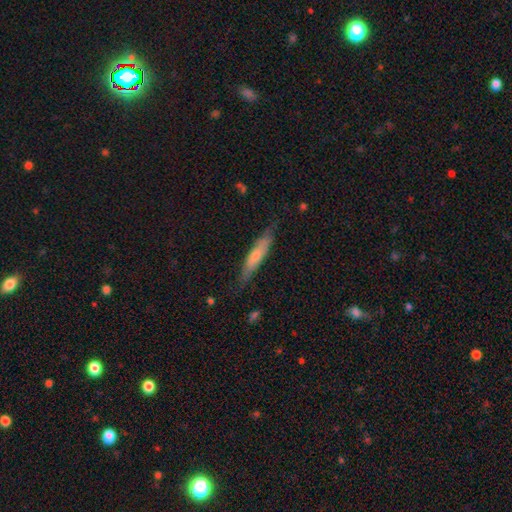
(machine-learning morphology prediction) type=smooth (54%); roundness=cigar-shaped (86%); merging=none (78%).